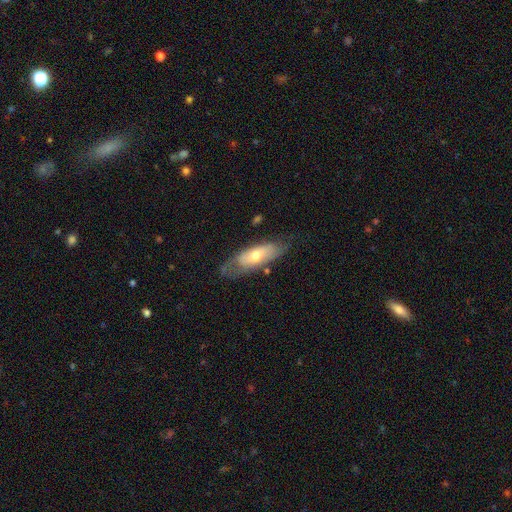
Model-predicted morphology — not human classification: The model was most divided on "smooth or featured" (2-way tie): smooth: 47%, featured or disk: 47%, star or artifact: 6%. More confident: merging — none (60%).